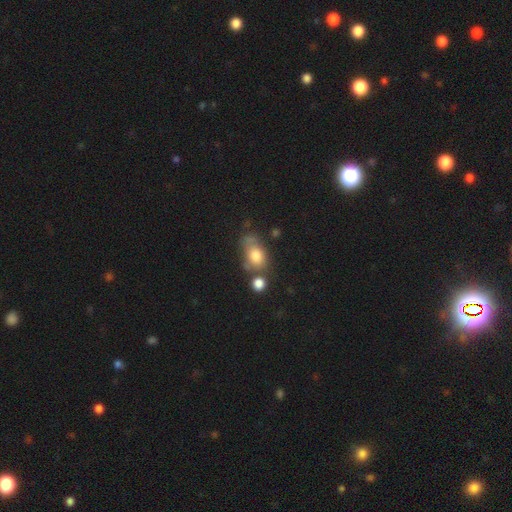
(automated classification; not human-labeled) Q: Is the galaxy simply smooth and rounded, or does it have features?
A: smooth — 74%.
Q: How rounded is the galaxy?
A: in between — 79%.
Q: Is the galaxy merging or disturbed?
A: none — 39%.